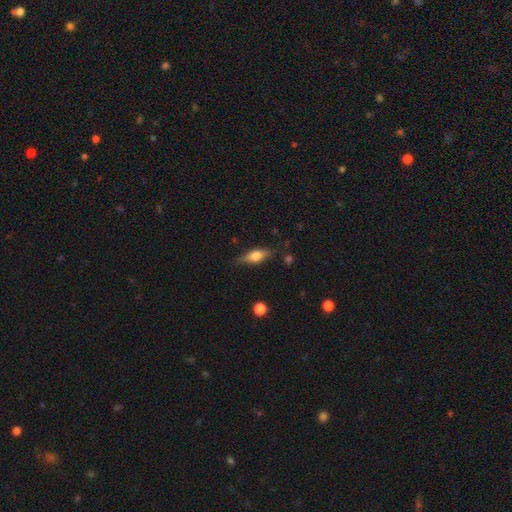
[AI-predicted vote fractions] Smooth or featured?
  - smooth: 60% *
  - featured or disk: 33%
  - star or artifact: 7%
How rounded?
  - in between: 66% *
  - cigar-shaped: 30%
  - round: 4%
Merging?
  - none: 78% *
  - minor disturbance: 16%
  - major disturbance: 4%
  - merger: 2%